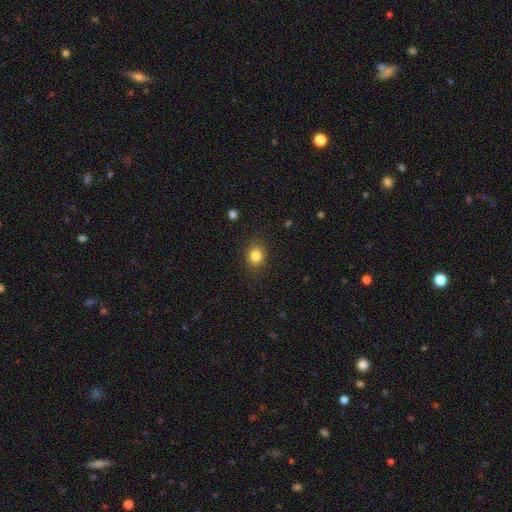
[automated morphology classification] This appears to be a smooth galaxy with no disk features (83%) that is round (66%). Merging: none (85%).